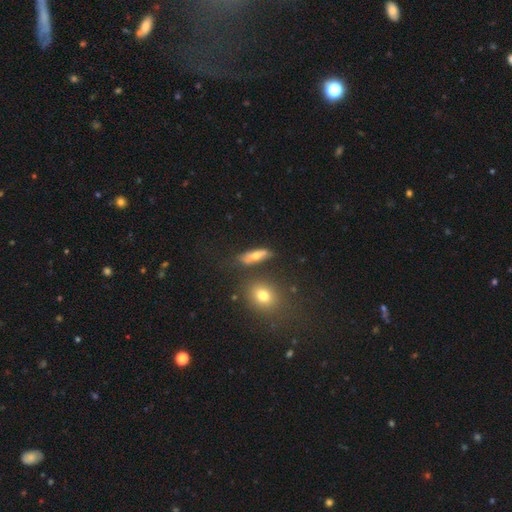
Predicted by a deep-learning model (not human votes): smooth 60%, featured or disk 29%, star or artifact 11%. Down the decision tree: how rounded — in between (49%); merging — none (67%).